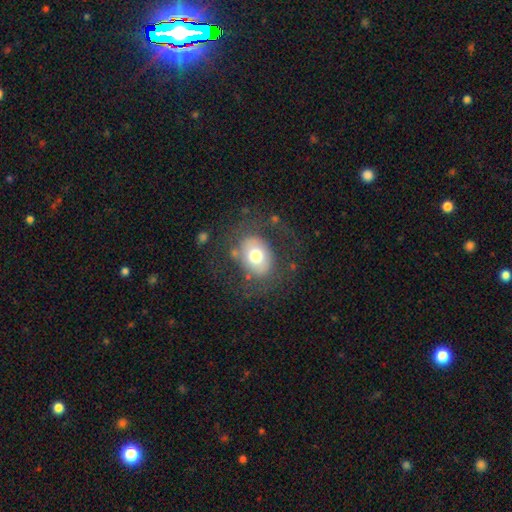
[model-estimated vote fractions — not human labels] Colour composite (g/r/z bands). It shows a smooth galaxy with no disk features (65%) that is in between round and cigar-shaped (60%). Merging: none (68%).